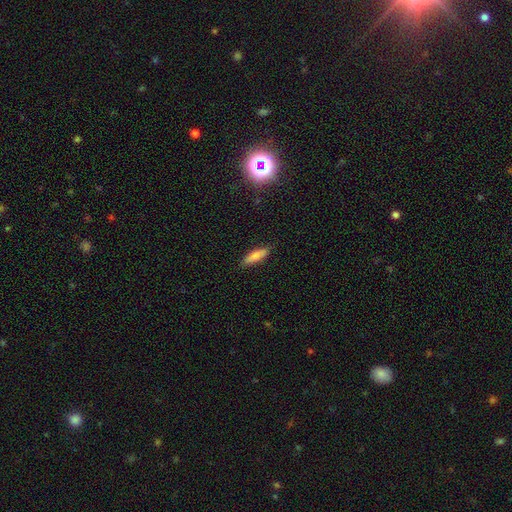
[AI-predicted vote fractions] This appears to be a smooth galaxy with no disk features (80%) that is cigar-shaped (64%). Merging: none (86%).